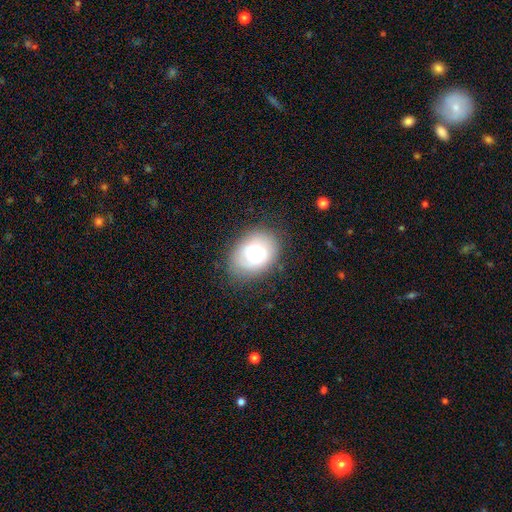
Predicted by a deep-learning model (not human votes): Smooth or featured? smooth (69%)
How rounded? in between (64%)
Merging? none (76%)